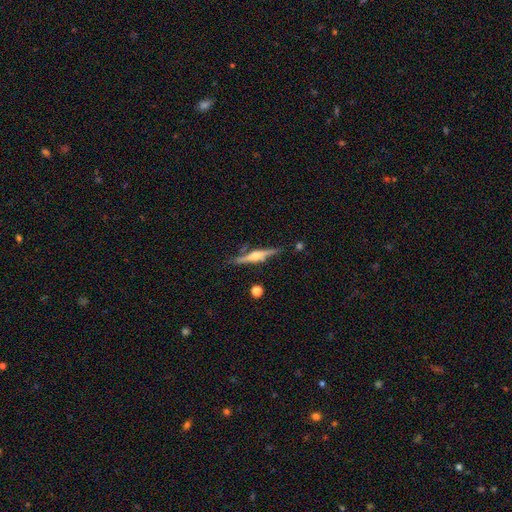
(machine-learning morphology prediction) smooth_or_featured: featured or disk (p=0.77) [alt: smooth p=0.17]
disk_edge_on: yes (p=0.97) [alt: no p=0.03]
edge_on_bulge: rounded (p=0.93) [alt: boxy p=0.04]
merging: none (p=0.80) [alt: minor disturbance p=0.14]